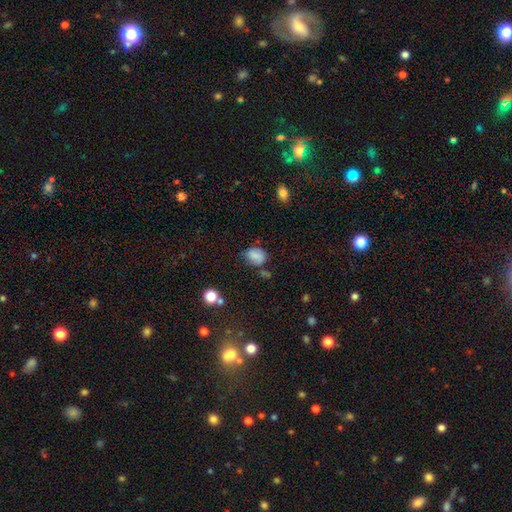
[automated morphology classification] A smooth galaxy with no disk features (77%) that is in between round and cigar-shaped (59%). Merging: none (59%).